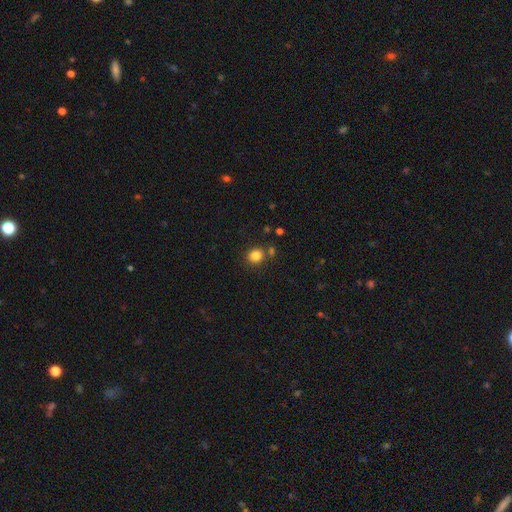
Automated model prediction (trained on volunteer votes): Q: Smooth or featured?
A: smooth (83%); runner-up: star or artifact (12%)
Q: How rounded?
A: round (76%); runner-up: in between (23%)
Q: Merging?
A: none (78%); runner-up: minor disturbance (10%)